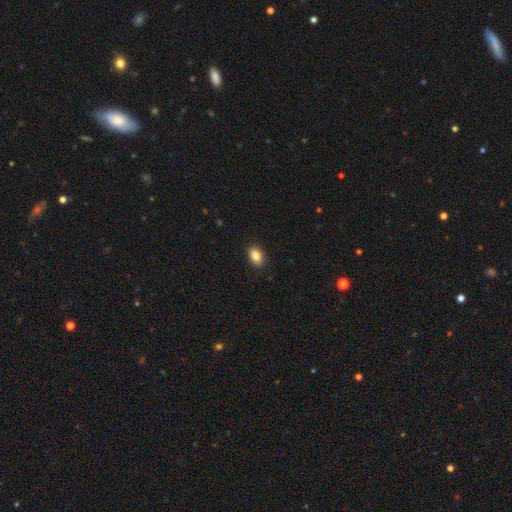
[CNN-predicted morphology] smooth-or-featured: smooth: 85% | star or artifact: 8% | featured or disk: 7%
  how-rounded: in between: 85% | round: 14% | cigar-shaped: 2%
  merging: none: 89% | minor disturbance: 8% | major disturbance: 2% | merger: 1%